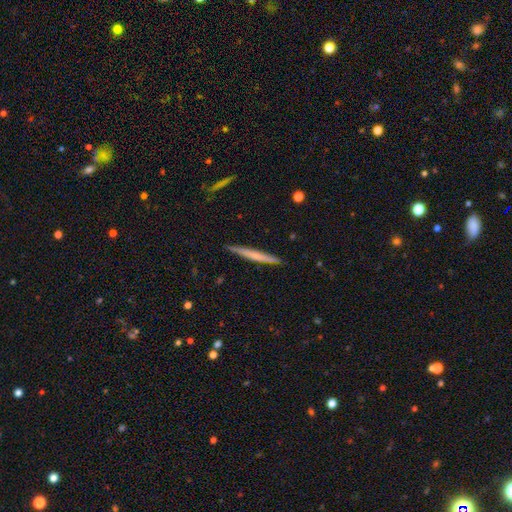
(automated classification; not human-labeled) The model was most divided on "smooth or featured": featured or disk: 48%, smooth: 47%, star or artifact: 6%. More confident: merging — none (90%).